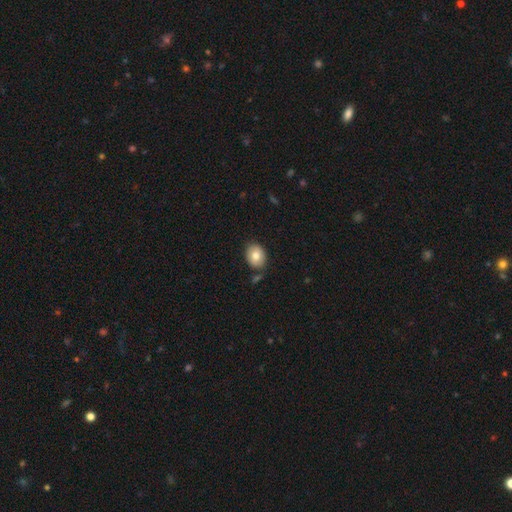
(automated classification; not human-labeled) This appears to be a smooth galaxy with no disk features (80%) that is in between round and cigar-shaped (53%). Merging: none (79%).